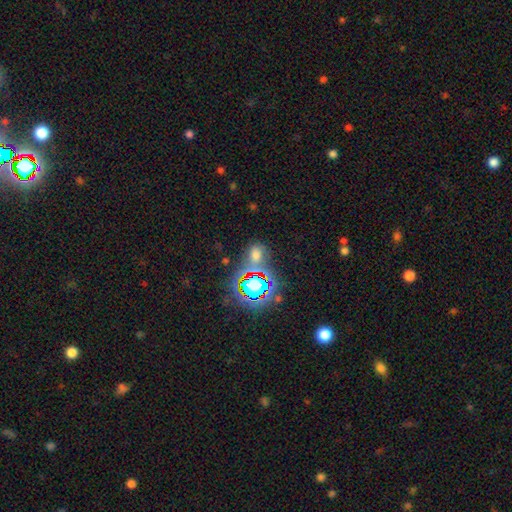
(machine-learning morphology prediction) Overall: smooth (49%; star or artifact 42%). Merging: none (61%).